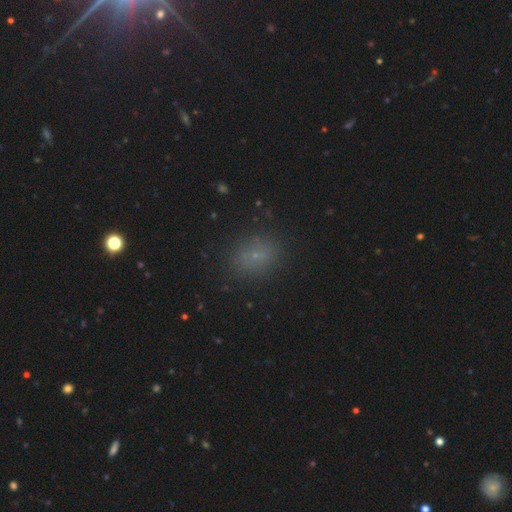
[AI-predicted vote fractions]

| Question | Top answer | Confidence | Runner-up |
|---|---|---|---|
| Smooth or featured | smooth | 68% | star or artifact (22%) |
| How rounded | in between | 52% | round (46%) |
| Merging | none | 85% | minor disturbance (10%) |